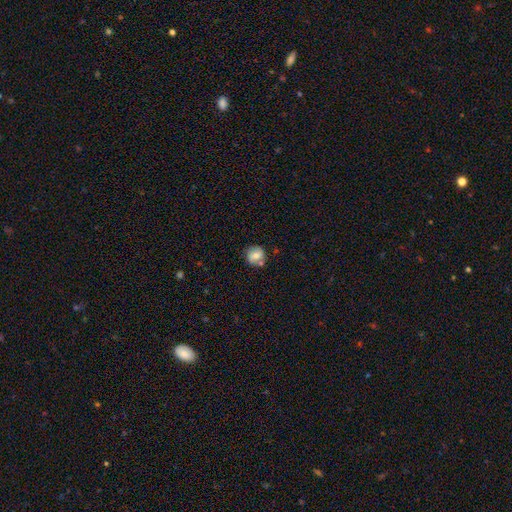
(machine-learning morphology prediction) type=smooth (65%); roundness=round (86%); merging=none (69%).